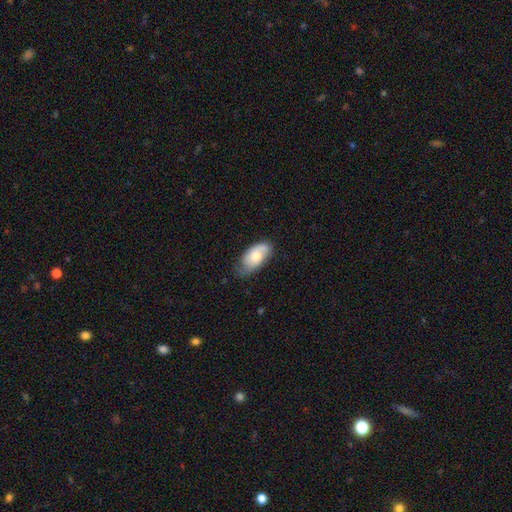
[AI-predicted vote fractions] smooth_or_featured: smooth (p=0.59) [alt: featured or disk p=0.35]
how_rounded: in between (p=0.93) [alt: cigar-shaped p=0.04]
merging: none (p=0.59) [alt: minor disturbance p=0.32]